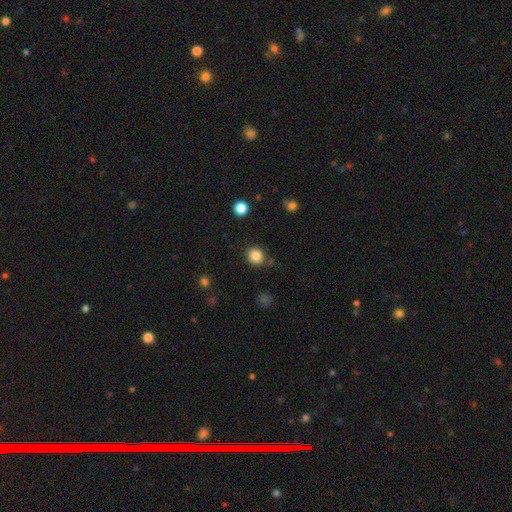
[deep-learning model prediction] Smooth or featured?
  - smooth: 85% *
  - star or artifact: 11%
  - featured or disk: 4%
How rounded?
  - round: 83% *
  - in between: 16%
  - cigar-shaped: 1%
Merging?
  - none: 86% *
  - minor disturbance: 8%
  - merger: 4%
  - major disturbance: 3%